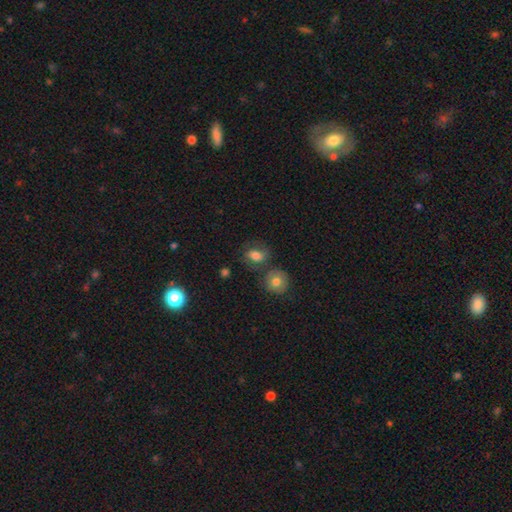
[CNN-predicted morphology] smooth_or_featured: smooth (p=0.66) [alt: featured or disk p=0.24]
how_rounded: in between (p=0.61) [alt: round p=0.37]
merging: none (p=0.58) [alt: minor disturbance p=0.17]